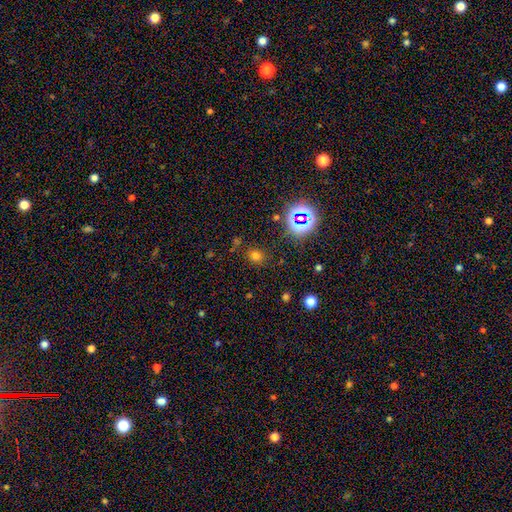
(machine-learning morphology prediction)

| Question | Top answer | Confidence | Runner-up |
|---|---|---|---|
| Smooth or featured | smooth | 66% | star or artifact (27%) |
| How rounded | round | 76% | in between (23%) |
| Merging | none | 82% | minor disturbance (10%) |